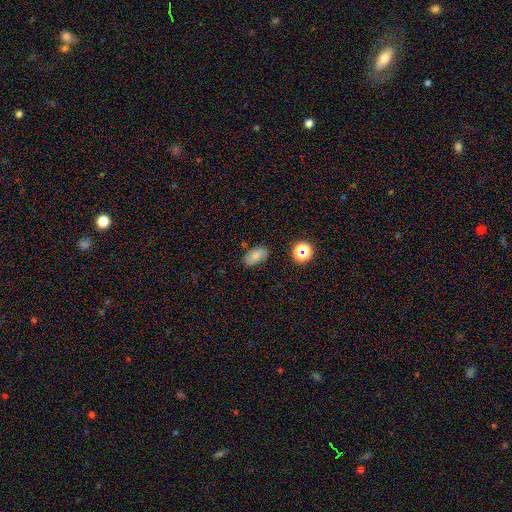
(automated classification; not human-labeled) Morphology: type=smooth (73%); roundness=in between (88%); merging=none (73%).